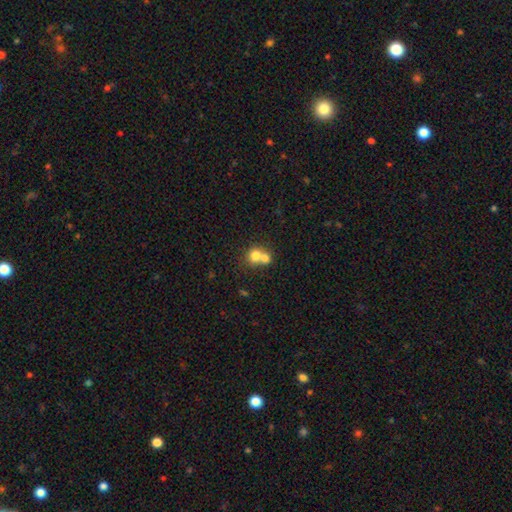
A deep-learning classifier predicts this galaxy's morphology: A smooth galaxy with no disk features (74%) that is round (75%).

Vote fractions:
- Smooth or featured? smooth: 74% / featured or disk: 15% / star or artifact: 10%
- How rounded? round: 75% / in between: 24% / cigar-shaped: 1%
- Merging? merger: 64% / none: 28% / minor disturbance: 5% / major disturbance: 3%